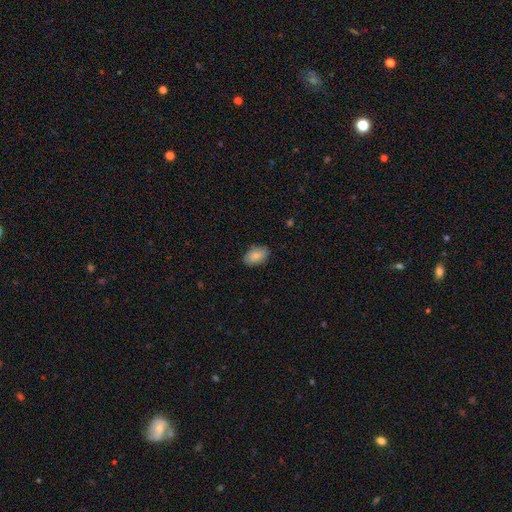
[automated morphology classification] smooth 82%, featured or disk 12%, star or artifact 7%. Down the decision tree: how rounded — in between (90%); merging — none (80%).